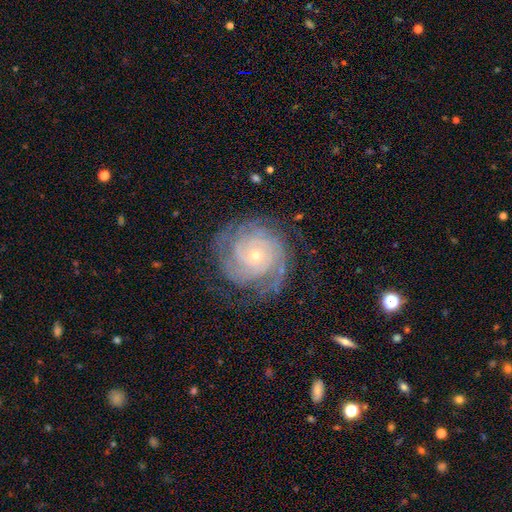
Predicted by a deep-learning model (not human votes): Smooth or featured? featured or disk (88%)
Edge-on disk? no (98%)
Bar? no (78%)
Spiral arms? yes (97%)
Spiral winding? tight (79%)
Spiral arm count? 2 (26%)
Bulge size? small (78%)
Merging? none (74%)